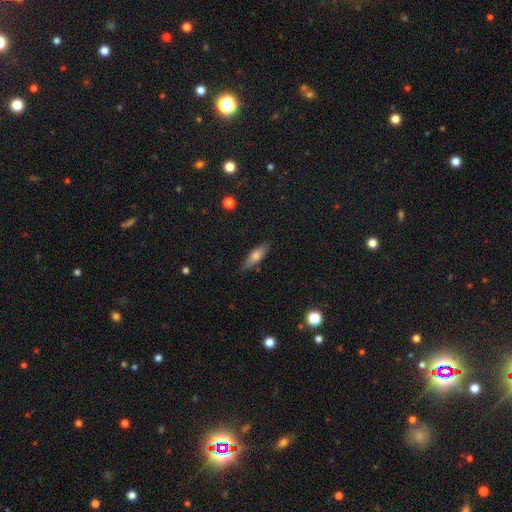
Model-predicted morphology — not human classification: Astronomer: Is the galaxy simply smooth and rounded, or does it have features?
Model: smooth — 67%.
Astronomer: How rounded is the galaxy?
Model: cigar-shaped — 53% (runner-up: in between, 45%).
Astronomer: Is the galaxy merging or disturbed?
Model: none — 82%.